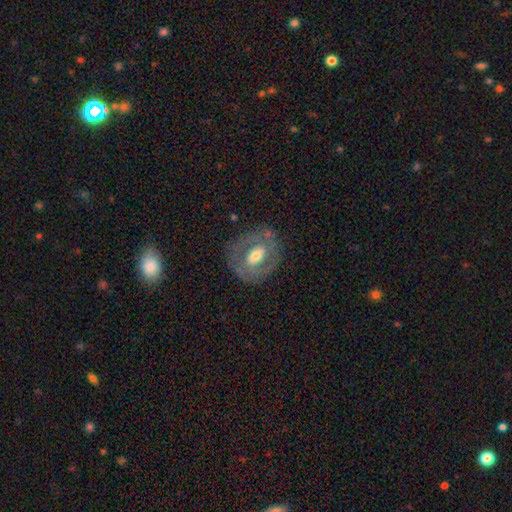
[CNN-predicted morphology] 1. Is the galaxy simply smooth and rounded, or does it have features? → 65% featured or disk, 27% smooth, 7% star or artifact.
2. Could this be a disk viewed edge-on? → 95% no, 5% yes.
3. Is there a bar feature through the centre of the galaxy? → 40% no, 39% weak, 21% strong.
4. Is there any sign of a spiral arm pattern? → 52% no, 48% yes.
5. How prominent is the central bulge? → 67% moderate, 18% large, 13% small, 2% none, 1% dominant.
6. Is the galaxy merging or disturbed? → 78% none, 14% minor disturbance, 6% major disturbance, 2% merger.